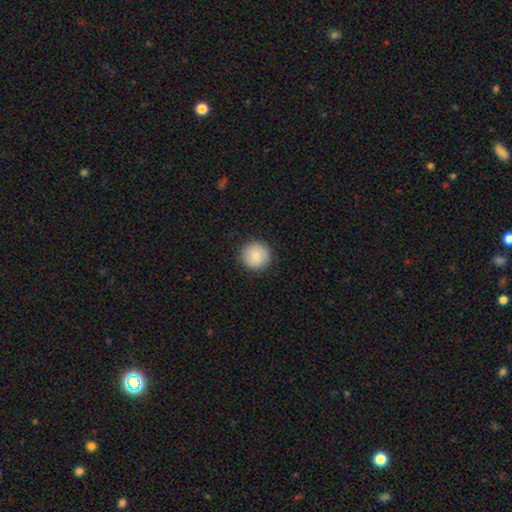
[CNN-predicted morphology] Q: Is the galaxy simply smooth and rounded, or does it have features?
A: smooth — 86%.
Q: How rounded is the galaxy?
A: round — 95%.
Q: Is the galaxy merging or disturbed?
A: none — 91%.